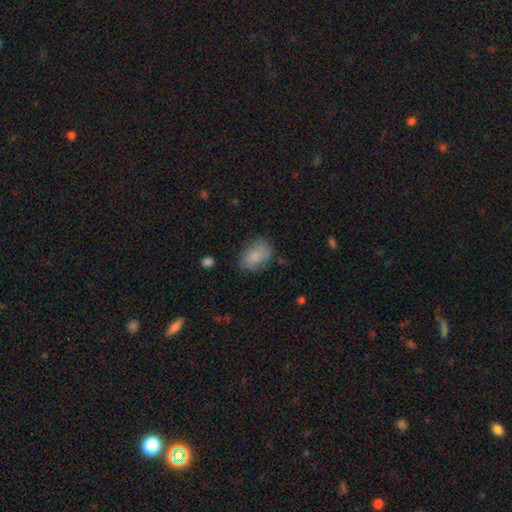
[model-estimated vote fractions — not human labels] This is clearly a smooth galaxy (84%). How rounded: clearly in between (85%). Merging: likely none (70%).